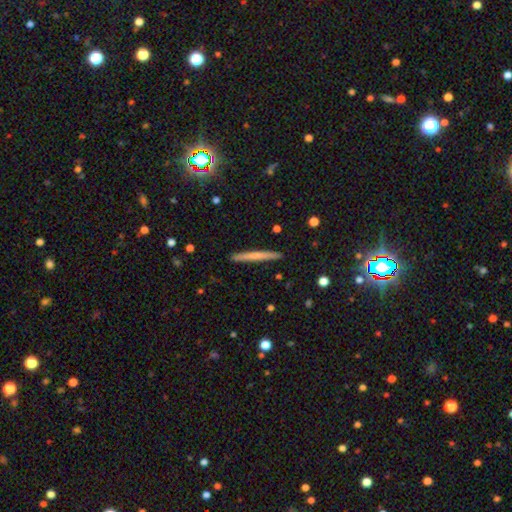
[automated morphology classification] smooth 56%, featured or disk 37%, star or artifact 6%. Down the decision tree: how rounded — cigar-shaped (97%); merging — none (91%).